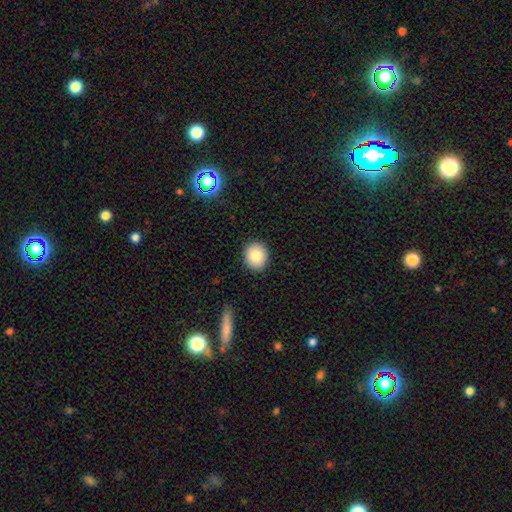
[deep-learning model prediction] Overall: smooth (83%). How rounded: round (74%). Merging: none (90%).